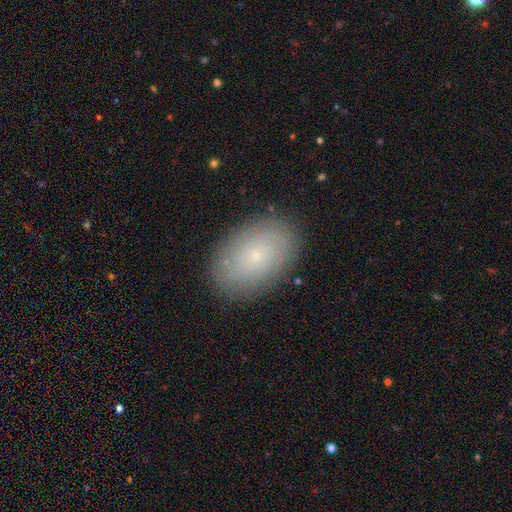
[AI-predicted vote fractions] Smooth or featured: smooth — 51% (featured or disk — 39%)
How rounded: in between — 88% (round — 10%)
Merging: none — 85% (minor disturbance — 11%)